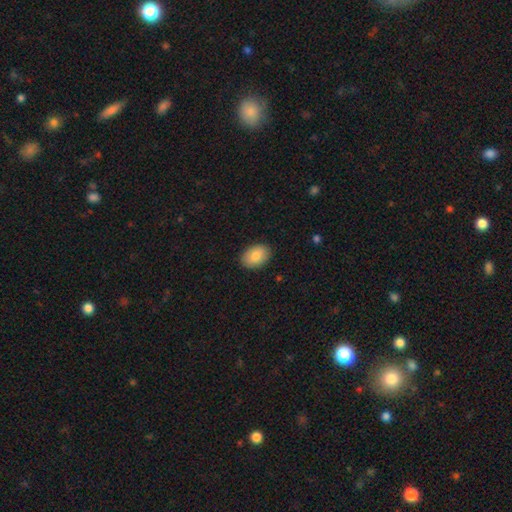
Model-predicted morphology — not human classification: A smooth galaxy with no disk features (86%) that is in between round and cigar-shaped (84%).

Vote fractions:
- Smooth or featured? smooth: 86% / featured or disk: 8% / star or artifact: 7%
- How rounded? in between: 84% / round: 15% / cigar-shaped: 1%
- Merging? none: 89% / minor disturbance: 8% / major disturbance: 2% / merger: 1%